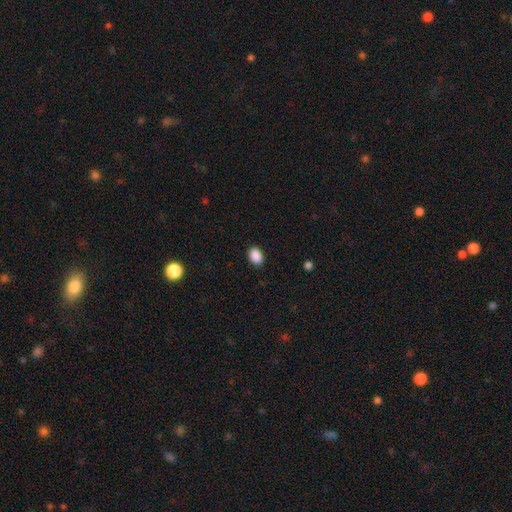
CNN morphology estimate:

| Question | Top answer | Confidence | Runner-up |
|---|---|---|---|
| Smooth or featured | smooth | 90% | star or artifact (8%) |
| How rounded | in between | 76% | round (23%) |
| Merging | none | 89% | minor disturbance (8%) |